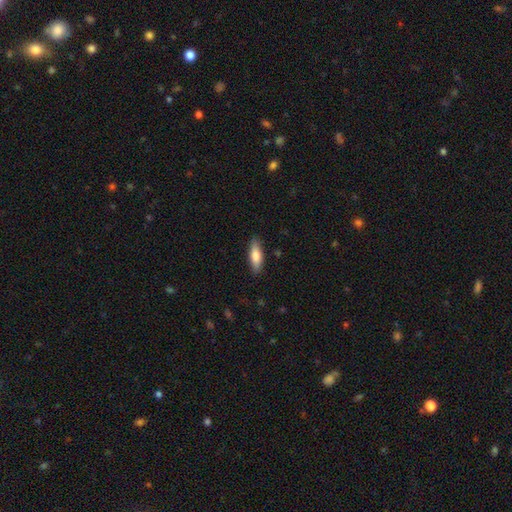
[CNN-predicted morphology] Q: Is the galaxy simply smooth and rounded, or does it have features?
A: smooth — 75%.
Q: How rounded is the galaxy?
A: in between — 54%.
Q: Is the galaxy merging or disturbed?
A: none — 86%.